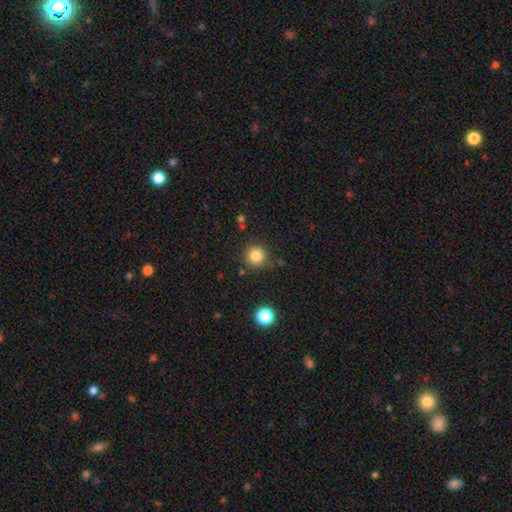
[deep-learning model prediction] This is clearly a smooth galaxy (83%). How rounded: clearly round (94%). Merging: clearly none (82%).